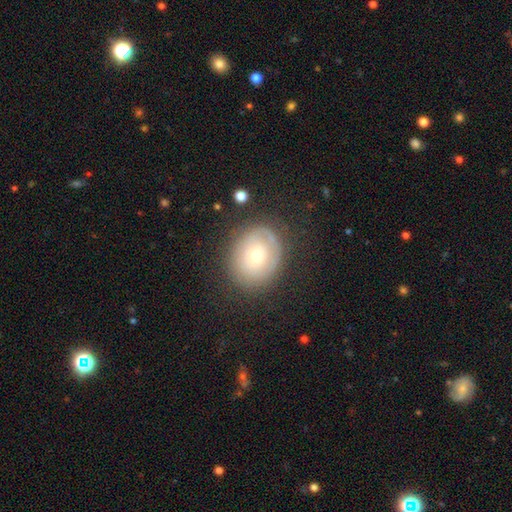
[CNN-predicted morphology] A smooth galaxy with no disk features (50%).

Vote fractions:
- Smooth or featured? smooth: 50% / featured or disk: 41% / star or artifact: 9%
- Merging? none: 75% / minor disturbance: 16% / major disturbance: 7% / merger: 2%